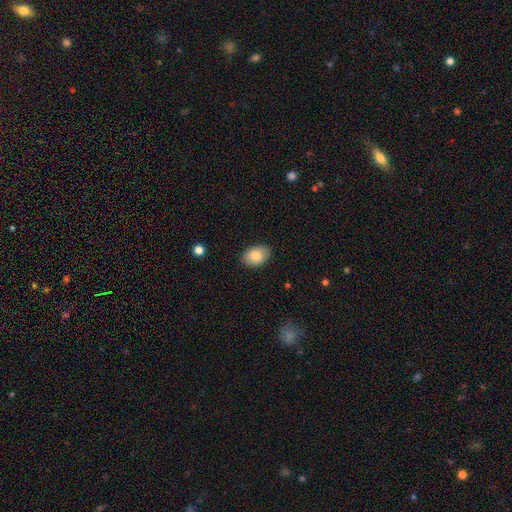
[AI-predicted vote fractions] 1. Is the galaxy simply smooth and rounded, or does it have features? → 85% smooth, 8% featured or disk, 7% star or artifact.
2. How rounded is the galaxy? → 82% in between, 17% round, 1% cigar-shaped.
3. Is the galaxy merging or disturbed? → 85% none, 11% minor disturbance, 2% major disturbance, 1% merger.